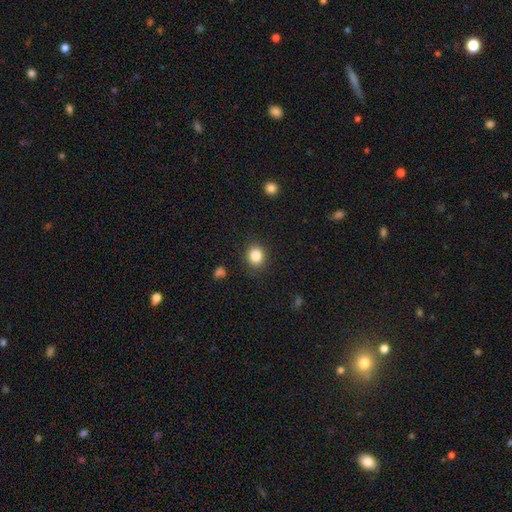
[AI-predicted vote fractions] Morphology: type=smooth (84%); roundness=round (77%); merging=none (88%).